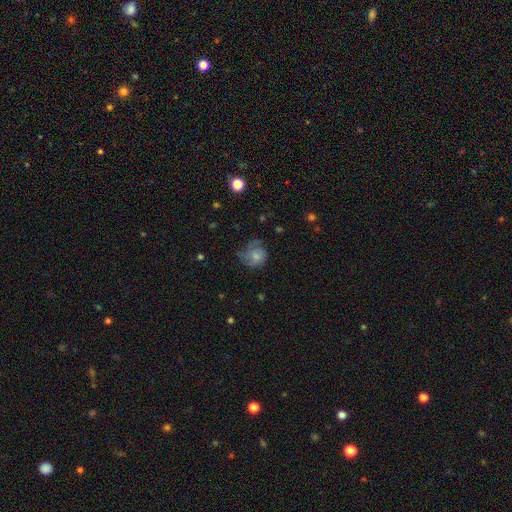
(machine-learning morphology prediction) A smooth galaxy with no disk features (56%) that is round (74%). Merging: none (47%).